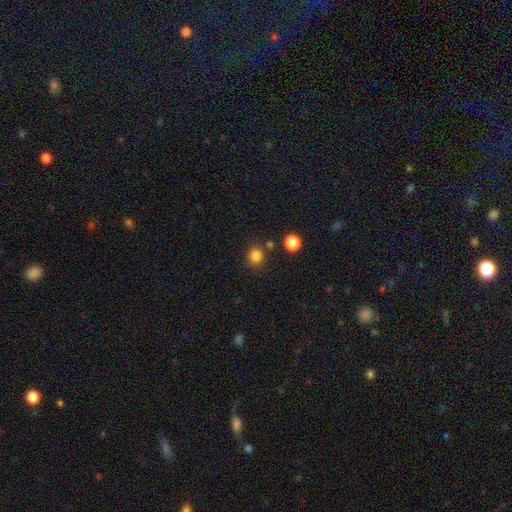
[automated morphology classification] Smooth or featured? smooth (84%)
How rounded? round (78%)
Merging? none (81%)